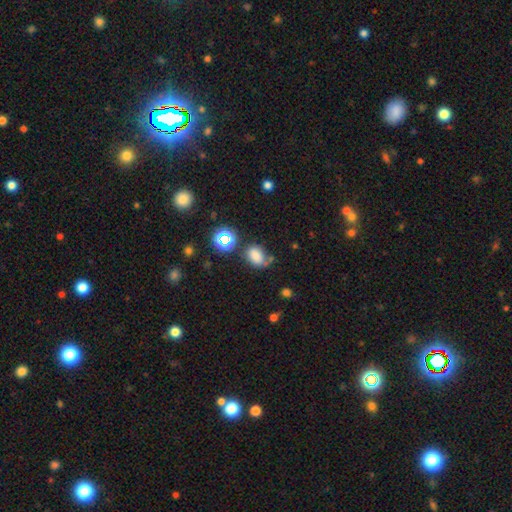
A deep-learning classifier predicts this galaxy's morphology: smooth_or_featured: smooth (p=0.74) [alt: star or artifact p=0.18]
how_rounded: in between (p=0.68) [alt: round p=0.31]
merging: none (p=0.56) [alt: minor disturbance p=0.23]